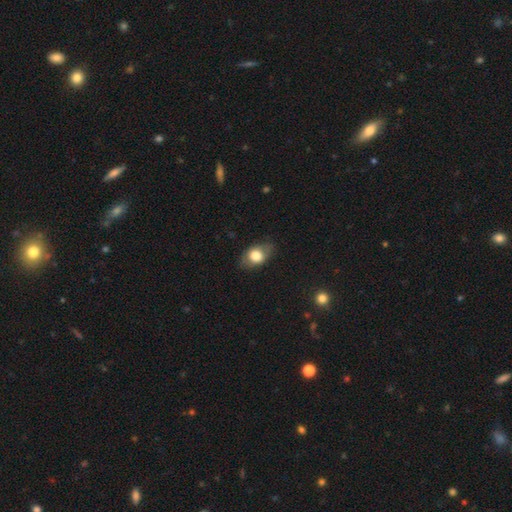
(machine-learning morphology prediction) smooth-or-featured: smooth: 70% | featured or disk: 22% | star or artifact: 8%
  how-rounded: in between: 78% | round: 20% | cigar-shaped: 2%
  merging: none: 76% | minor disturbance: 18% | major disturbance: 5% | merger: 1%